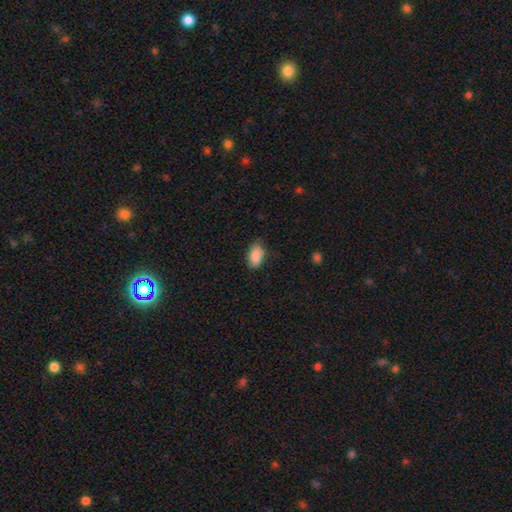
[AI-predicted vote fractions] smooth 89%, star or artifact 7%, featured or disk 4%. Down the decision tree: how rounded — in between (93%); merging — none (72%).